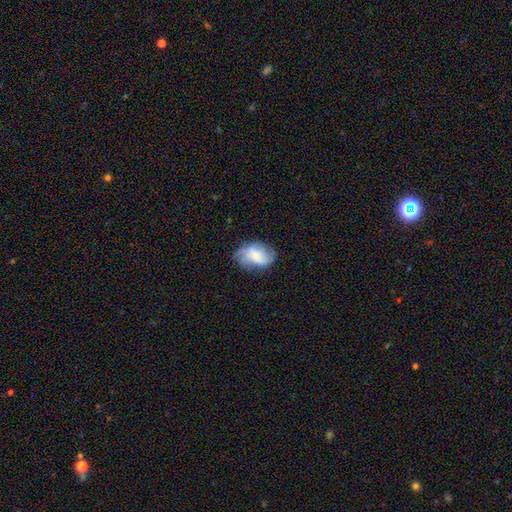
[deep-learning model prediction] A smooth galaxy with no disk features (53%) that is in between round and cigar-shaped (81%).

Vote fractions:
- Smooth or featured? smooth: 53% / featured or disk: 38% / star or artifact: 9%
- How rounded? in between: 81% / round: 18% / cigar-shaped: 1%
- Merging? none: 51% / minor disturbance: 32% / major disturbance: 16% / merger: 2%